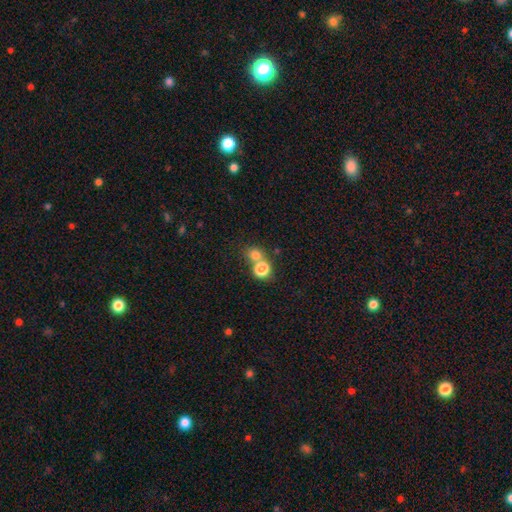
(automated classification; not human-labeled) Q: Smooth or featured?
A: smooth (74%); runner-up: star or artifact (18%)
Q: How rounded?
A: round (79%); runner-up: in between (20%)
Q: Merging?
A: none (50%); runner-up: merger (39%)